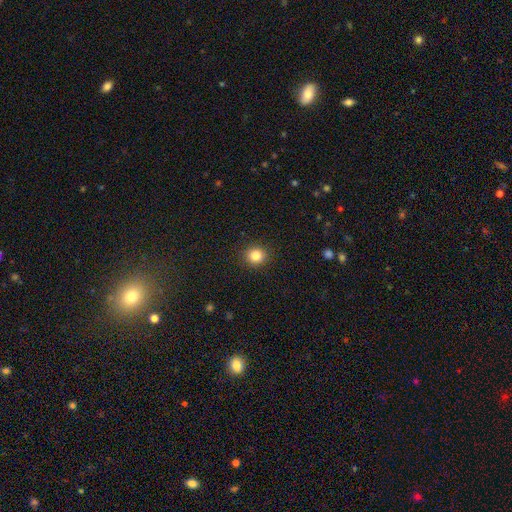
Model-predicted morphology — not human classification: smooth-or-featured: smooth: 84% | star or artifact: 11% | featured or disk: 5%
  how-rounded: round: 87% | in between: 12% | cigar-shaped: 1%
  merging: none: 91% | minor disturbance: 6% | major disturbance: 2% | merger: 1%